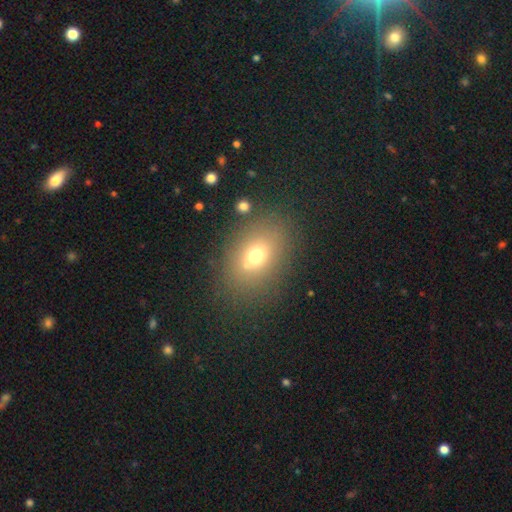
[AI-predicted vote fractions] smooth-or-featured: smooth: 69% | featured or disk: 16% | star or artifact: 15%
  how-rounded: in between: 72% | round: 26% | cigar-shaped: 2%
  merging: none: 78% | minor disturbance: 11% | major disturbance: 5% | merger: 5%